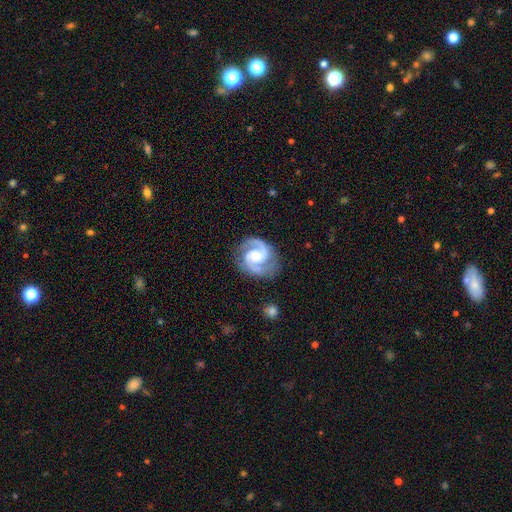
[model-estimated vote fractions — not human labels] featured or disk 93%, star or artifact 4%, smooth 4%. Down the decision tree: edge-on disk — no (98%); bar — no (51%); spiral arms — yes (99%); spiral arm count — 2 (93%); spiral winding — medium (58%); bulge size — moderate (52%); merging — none (82%).